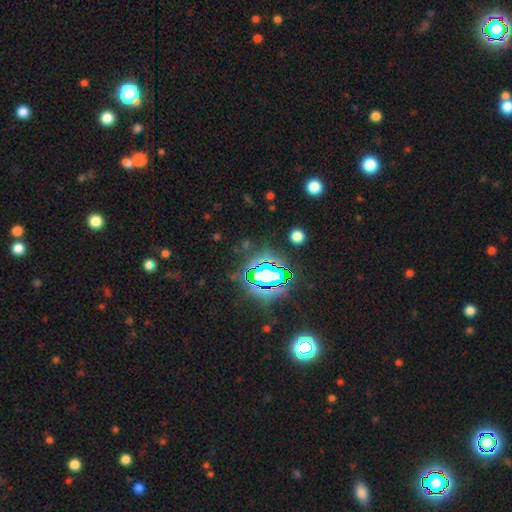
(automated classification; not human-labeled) star or artifact 82%, smooth 11%, featured or disk 7%.